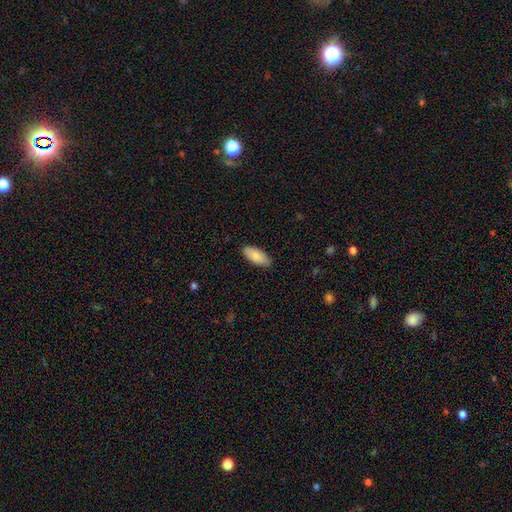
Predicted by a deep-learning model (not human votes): This is clearly a smooth galaxy (85%). How rounded: clearly in between (88%). Merging: clearly none (86%).